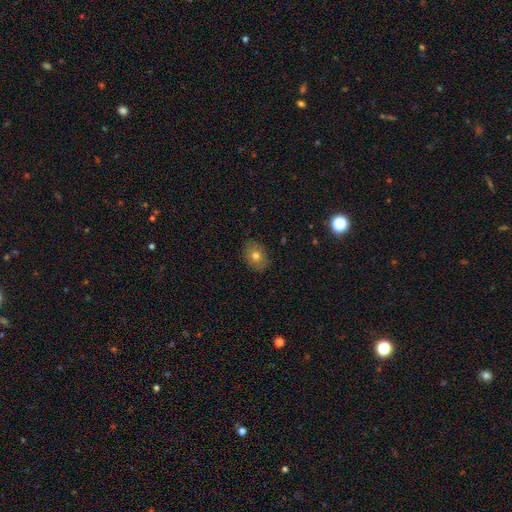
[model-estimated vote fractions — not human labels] Smooth or featured?
  - smooth: 74% *
  - featured or disk: 15%
  - star or artifact: 10%
How rounded?
  - in between: 66% *
  - round: 33%
  - cigar-shaped: 1%
Merging?
  - none: 86% *
  - minor disturbance: 11%
  - major disturbance: 2%
  - merger: 1%